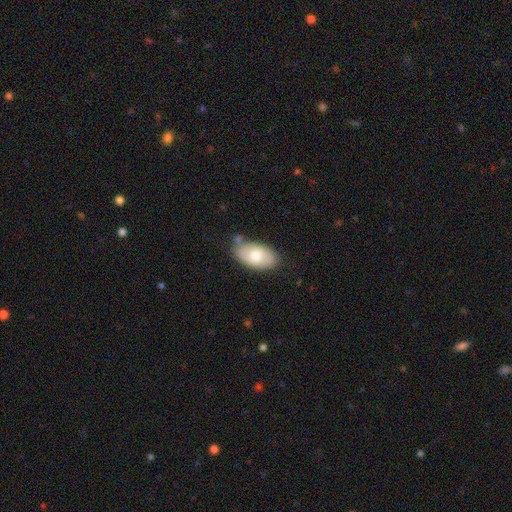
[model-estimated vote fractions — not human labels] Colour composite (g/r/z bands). It shows a smooth galaxy with no disk features (70%) that is in between round and cigar-shaped (94%). Merging: none (74%).